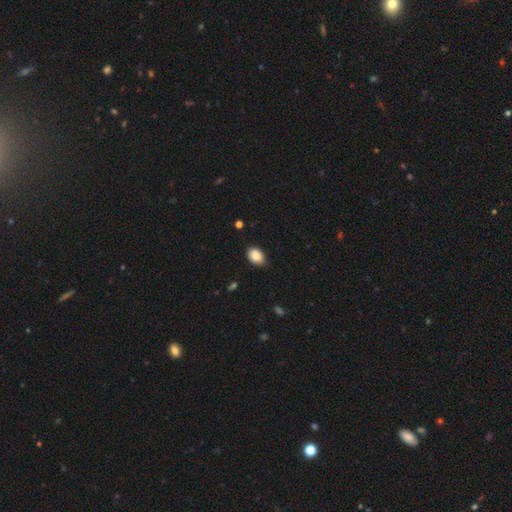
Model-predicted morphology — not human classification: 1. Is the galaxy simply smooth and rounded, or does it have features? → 88% smooth, 7% star or artifact, 4% featured or disk.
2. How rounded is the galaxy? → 86% in between, 13% round, 1% cigar-shaped.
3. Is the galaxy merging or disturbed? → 82% none, 14% minor disturbance, 2% major disturbance, 1% merger.